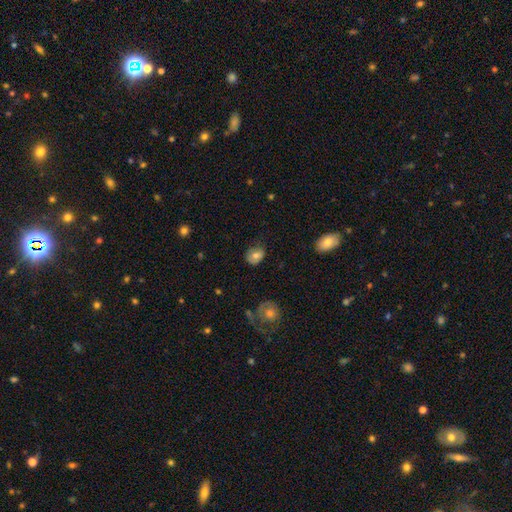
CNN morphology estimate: Q: Smooth or featured?
A: smooth (73%); runner-up: featured or disk (18%)
Q: How rounded?
A: round (52%); runner-up: in between (46%)
Q: Merging?
A: none (68%); runner-up: minor disturbance (24%)